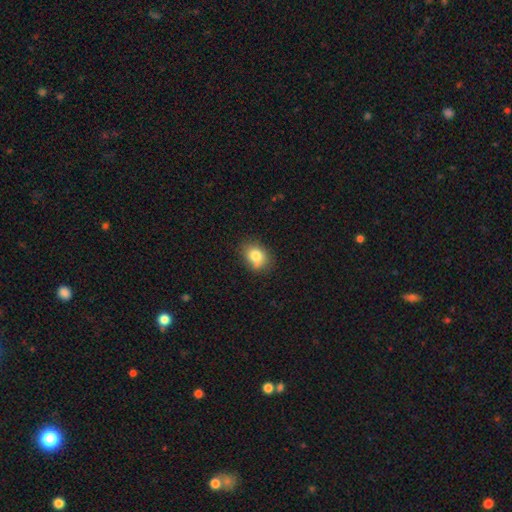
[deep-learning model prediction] Smooth or featured? smooth (80%)
How rounded? in between (56%)
Merging? none (67%)